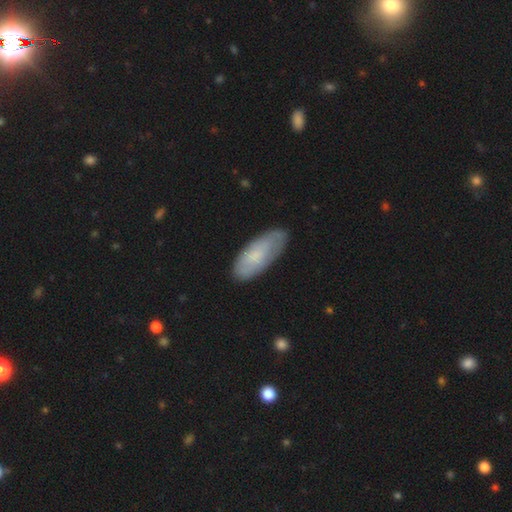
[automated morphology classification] smooth 70%, featured or disk 24%, star or artifact 6%. Down the decision tree: how rounded — in between (80%); merging — none (75%).